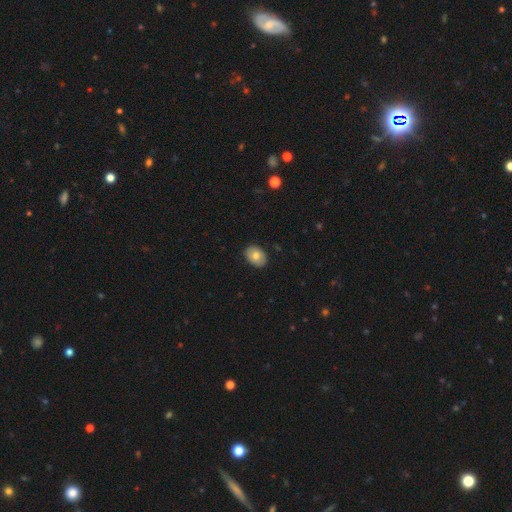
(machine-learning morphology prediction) Q: Smooth or featured?
A: smooth (75%); runner-up: featured or disk (18%)
Q: How rounded?
A: in between (76%); runner-up: round (23%)
Q: Merging?
A: none (87%); runner-up: minor disturbance (10%)